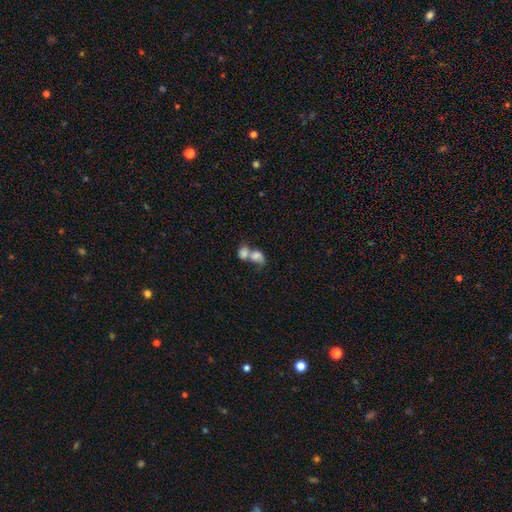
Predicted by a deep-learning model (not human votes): This is likely a smooth galaxy (66%). How rounded: likely in between (61%). Merging: likely merger (78%).